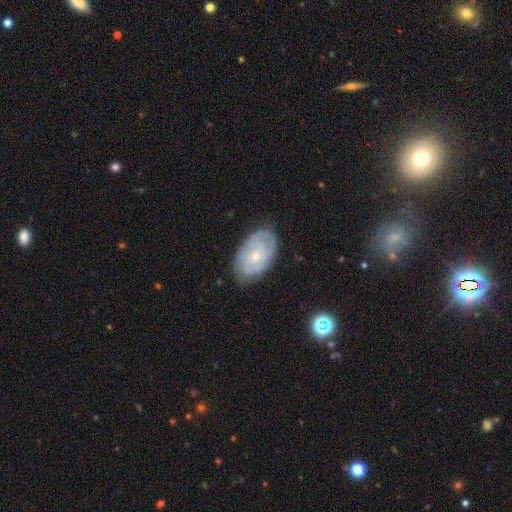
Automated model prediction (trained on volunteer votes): featured or disk 64%, smooth 30%, star or artifact 6%. Down the decision tree: edge-on disk — no (95%); bar — no (80%); spiral arms — yes (73%); bulge size — small (63%); merging — none (76%).